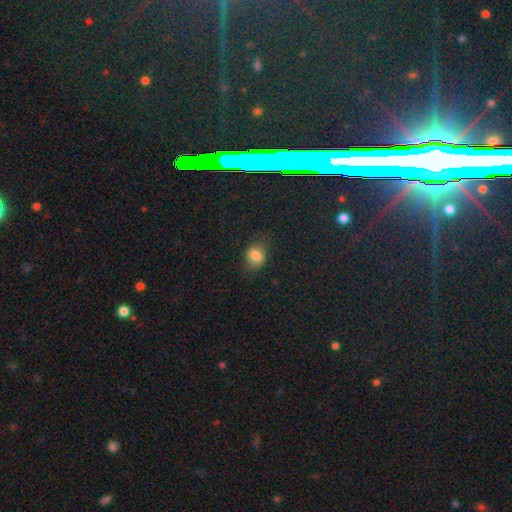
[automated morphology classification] Smooth or featured?
  - smooth: 80% *
  - star or artifact: 12%
  - featured or disk: 8%
How rounded?
  - in between: 54% *
  - round: 45%
  - cigar-shaped: 1%
Merging?
  - none: 75% *
  - minor disturbance: 19%
  - major disturbance: 5%
  - merger: 1%